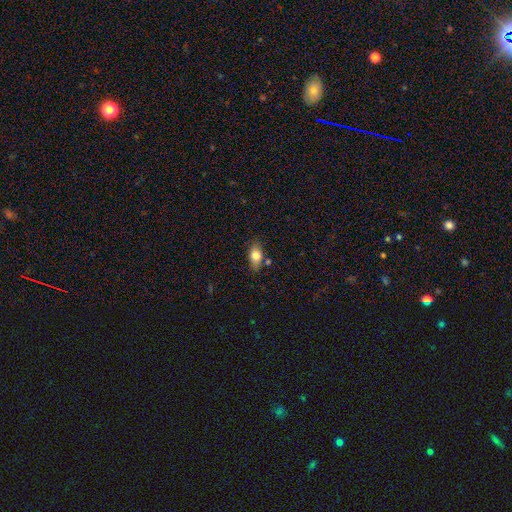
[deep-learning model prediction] Smooth or featured?
  - smooth: 78% *
  - featured or disk: 14%
  - star or artifact: 8%
How rounded?
  - in between: 84% *
  - round: 11%
  - cigar-shaped: 5%
Merging?
  - none: 74% *
  - minor disturbance: 17%
  - merger: 6%
  - major disturbance: 3%